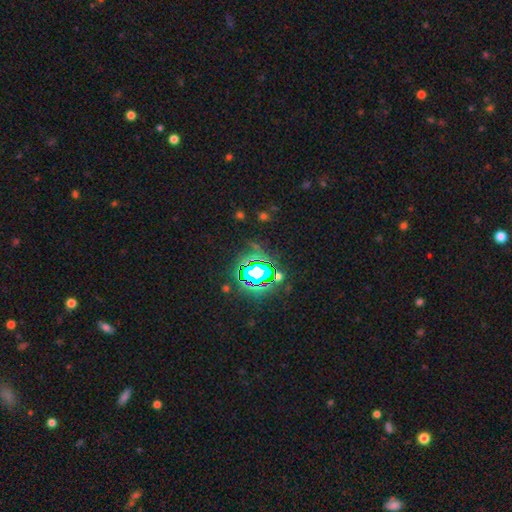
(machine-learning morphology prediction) A star or artifact, not a galaxy (82%).

Vote fractions:
- Smooth or featured? star or artifact: 82% / smooth: 11% / featured or disk: 7%